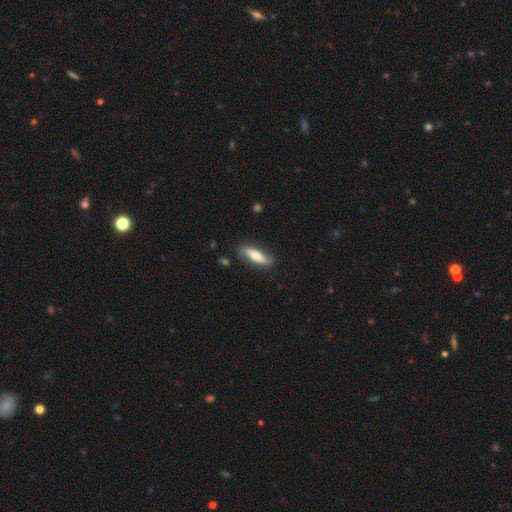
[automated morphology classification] A smooth galaxy with no disk features (56%) that is in between round and cigar-shaped (52%). Merging: none (79%).